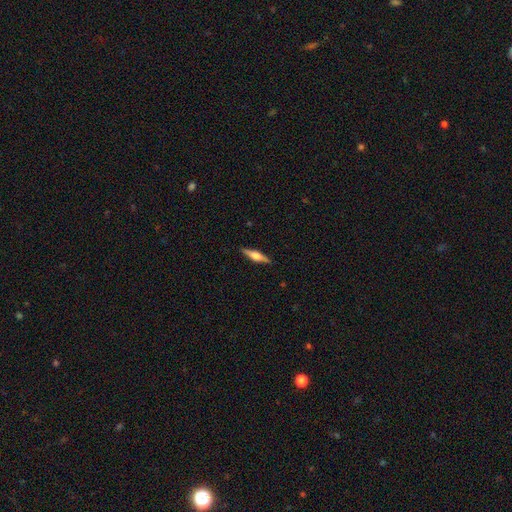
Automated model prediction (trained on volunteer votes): Smooth or featured: featured or disk — 61% (smooth — 33%)
Edge-on disk: yes — 97% (no — 3%)
Edge-on bulge: rounded — 85% (boxy — 12%)
Merging: none — 90% (minor disturbance — 7%)